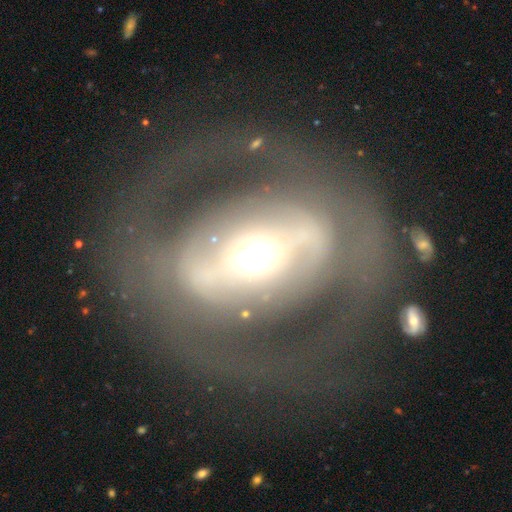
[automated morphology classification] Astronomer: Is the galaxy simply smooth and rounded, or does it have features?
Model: featured or disk — 73%.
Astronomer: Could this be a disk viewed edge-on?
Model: no — 92%.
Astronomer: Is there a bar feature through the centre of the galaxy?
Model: strong — 52%.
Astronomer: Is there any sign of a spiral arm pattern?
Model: no — 58% (runner-up: yes, 42%).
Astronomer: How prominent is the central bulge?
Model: moderate — 56%.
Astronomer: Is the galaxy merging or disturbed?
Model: none — 70%.